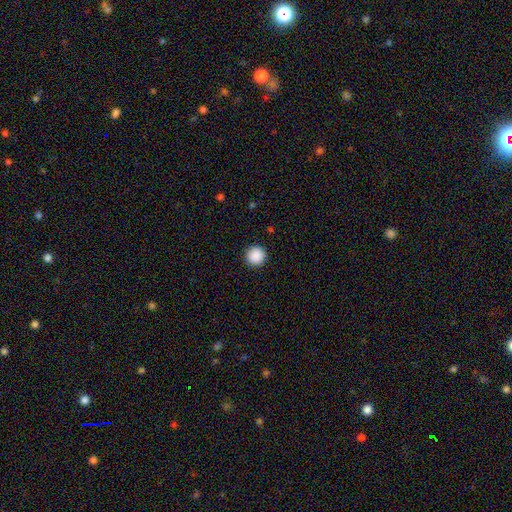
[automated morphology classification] smooth-or-featured: smooth: 89% | star or artifact: 8% | featured or disk: 2%
  how-rounded: round: 97% | in between: 2% | cigar-shaped: 1%
  merging: none: 93% | minor disturbance: 4% | major disturbance: 2% | merger: 1%